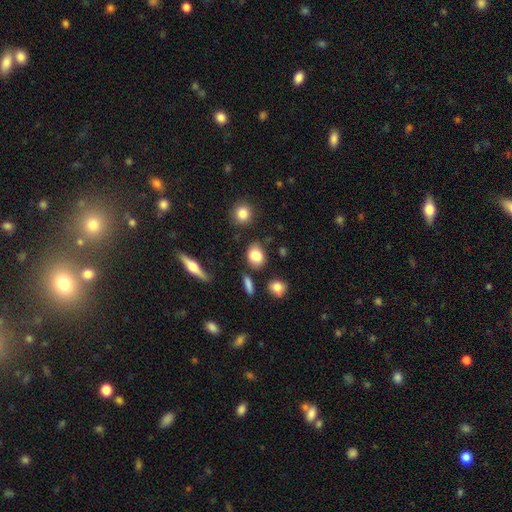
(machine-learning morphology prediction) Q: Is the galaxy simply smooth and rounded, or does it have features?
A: smooth — 81%.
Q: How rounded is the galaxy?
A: in between — 60%.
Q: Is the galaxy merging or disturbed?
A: none — 75%.